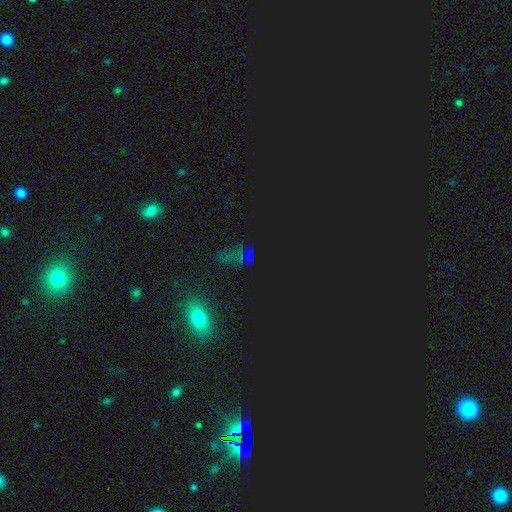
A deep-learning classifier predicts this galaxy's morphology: smooth_or_featured: star or artifact (p=0.80) [alt: smooth p=0.13]